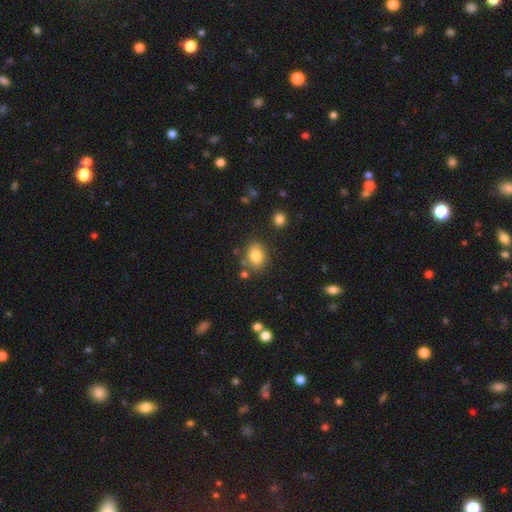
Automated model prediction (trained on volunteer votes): Smooth or featured? smooth (82%)
How rounded? in between (66%)
Merging? none (76%)